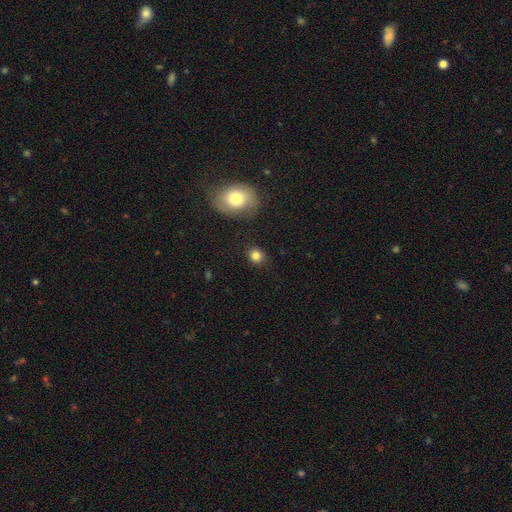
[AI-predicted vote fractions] A smooth galaxy with no disk features (83%) that is round (78%).

Vote fractions:
- Smooth or featured? smooth: 83% / star or artifact: 11% / featured or disk: 6%
- How rounded? round: 78% / in between: 21% / cigar-shaped: 1%
- Merging? none: 86% / minor disturbance: 9% / major disturbance: 3% / merger: 2%